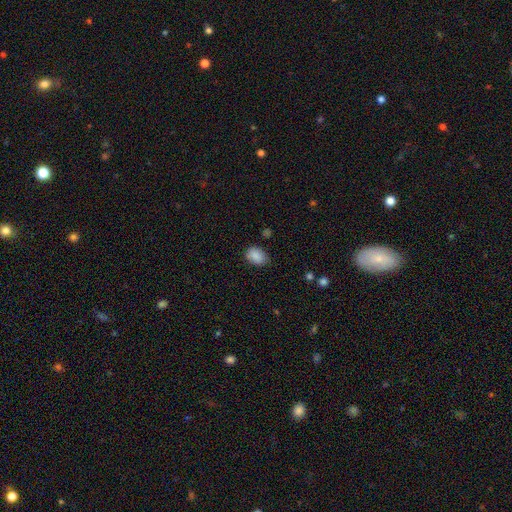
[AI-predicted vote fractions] Smooth or featured: smooth — 88% (star or artifact — 8%)
How rounded: in between — 74% (round — 25%)
Merging: none — 74% (minor disturbance — 20%)